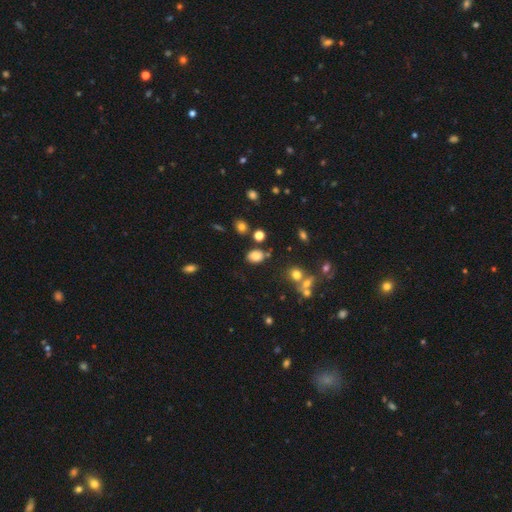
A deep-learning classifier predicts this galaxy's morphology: Smooth or featured: smooth — 78% (star or artifact — 13%)
How rounded: in between — 65% (round — 34%)
Merging: none — 75% (minor disturbance — 14%)